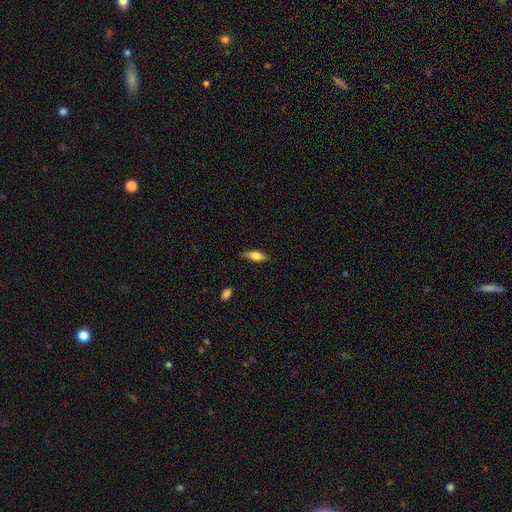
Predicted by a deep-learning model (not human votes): Overall: smooth (74%). How rounded: in between (69%). Merging: none (77%).